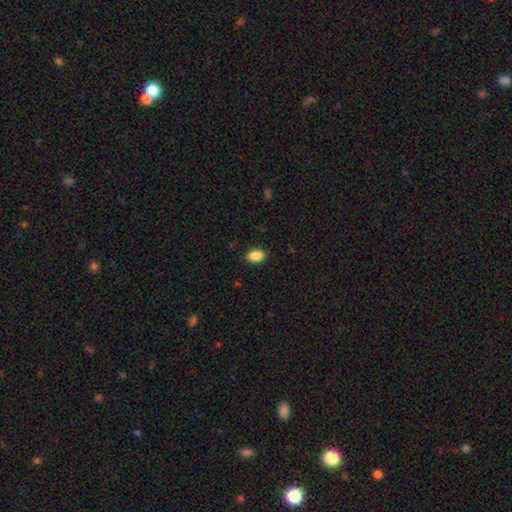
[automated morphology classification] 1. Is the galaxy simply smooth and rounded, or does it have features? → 89% smooth, 8% star or artifact, 3% featured or disk.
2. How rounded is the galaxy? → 91% in between, 7% round, 2% cigar-shaped.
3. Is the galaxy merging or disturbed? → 86% none, 11% minor disturbance, 2% major disturbance, 1% merger.